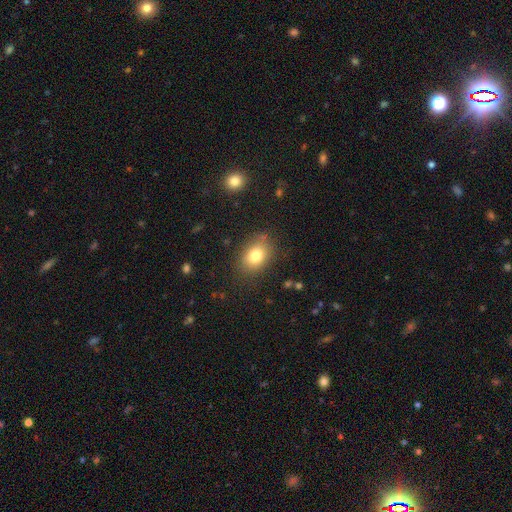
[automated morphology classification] Smooth or featured? Predicted: smooth (p=0.79). How rounded? Predicted: in between (p=0.73). Merging? Predicted: none (p=0.81).